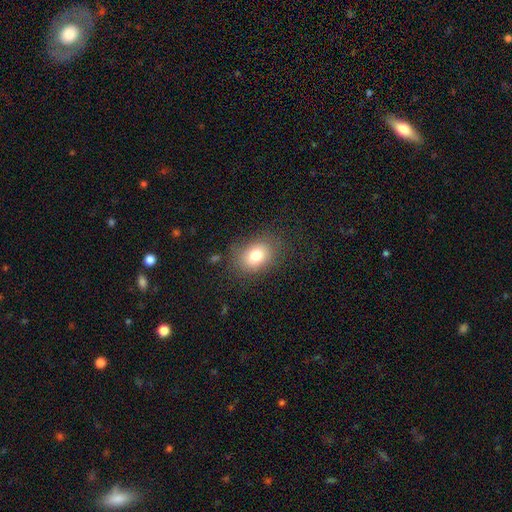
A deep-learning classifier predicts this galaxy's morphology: smooth 78%, featured or disk 11%, star or artifact 11%. Down the decision tree: how rounded — in between (65%); merging — none (78%).